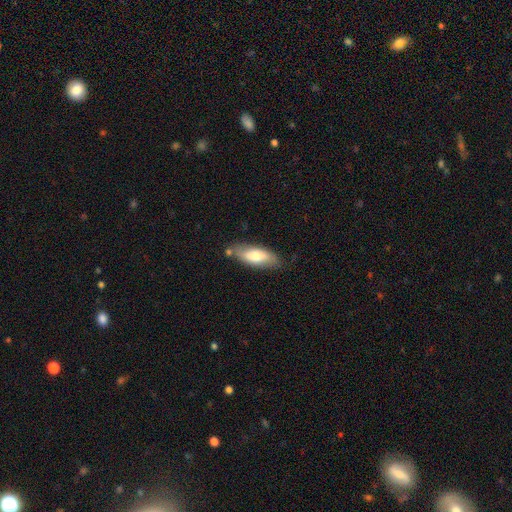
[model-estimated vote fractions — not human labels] smooth-or-featured: smooth: 69% | featured or disk: 26% | star or artifact: 6%
  how-rounded: in between: 74% | cigar-shaped: 23% | round: 2%
  merging: none: 72% | minor disturbance: 18% | merger: 6% | major disturbance: 4%